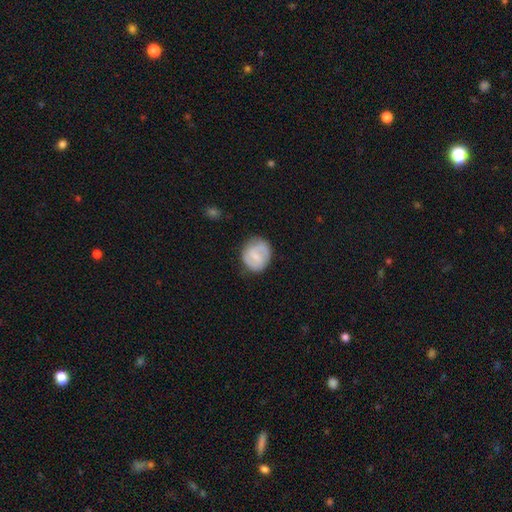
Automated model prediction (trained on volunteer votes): Q: Smooth or featured?
A: featured or disk (48%); runner-up: smooth (46%)
Q: Merging?
A: none (73%); runner-up: minor disturbance (20%)